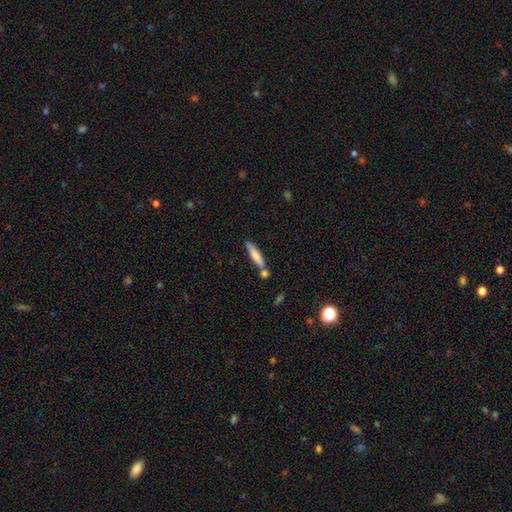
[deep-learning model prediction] Smooth or featured: smooth — 68% (featured or disk — 26%)
How rounded: cigar-shaped — 84% (in between — 15%)
Merging: none — 68% (merger — 17%)